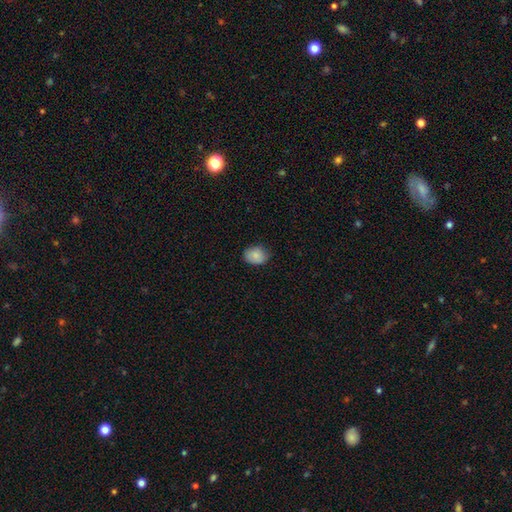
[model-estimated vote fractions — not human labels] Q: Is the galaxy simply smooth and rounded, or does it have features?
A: smooth — 85%.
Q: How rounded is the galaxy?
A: in between — 57%.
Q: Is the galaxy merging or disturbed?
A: none — 78%.